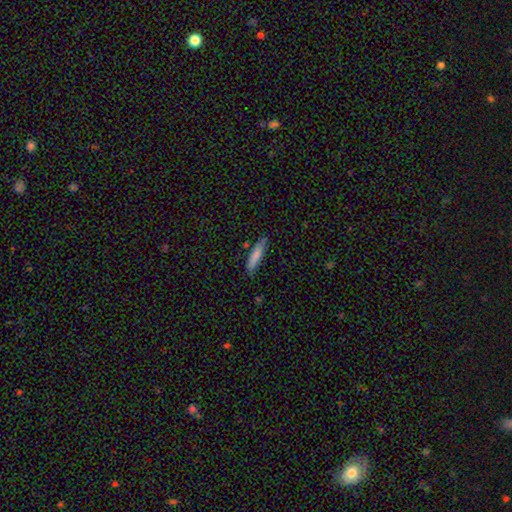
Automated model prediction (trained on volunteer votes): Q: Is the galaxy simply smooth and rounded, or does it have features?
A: smooth — 81%.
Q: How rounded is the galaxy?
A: cigar-shaped — 81%.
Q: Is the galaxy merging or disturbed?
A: none — 78%.